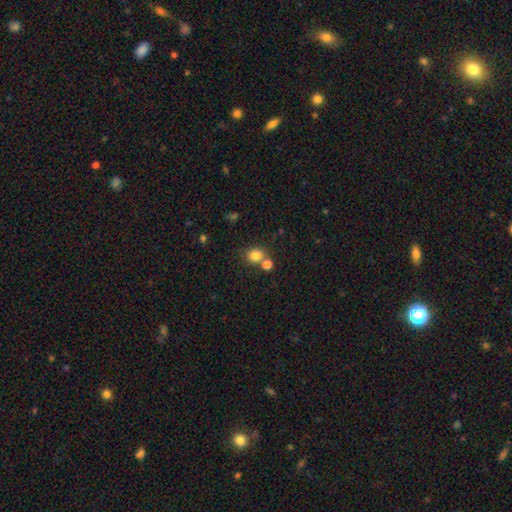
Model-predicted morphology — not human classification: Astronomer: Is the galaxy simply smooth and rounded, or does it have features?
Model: smooth — 81%.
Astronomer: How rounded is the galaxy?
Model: round — 79%.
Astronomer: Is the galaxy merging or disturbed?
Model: none — 61%.